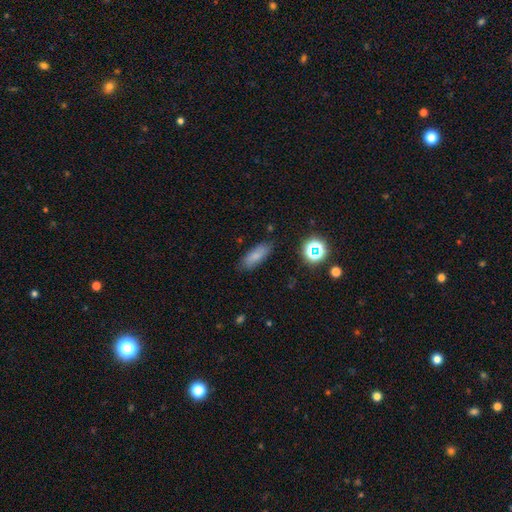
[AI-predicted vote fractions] smooth-or-featured: smooth: 78% | star or artifact: 12% | featured or disk: 10%
  how-rounded: in between: 66% | cigar-shaped: 30% | round: 4%
  merging: none: 80% | minor disturbance: 14% | major disturbance: 4% | merger: 2%